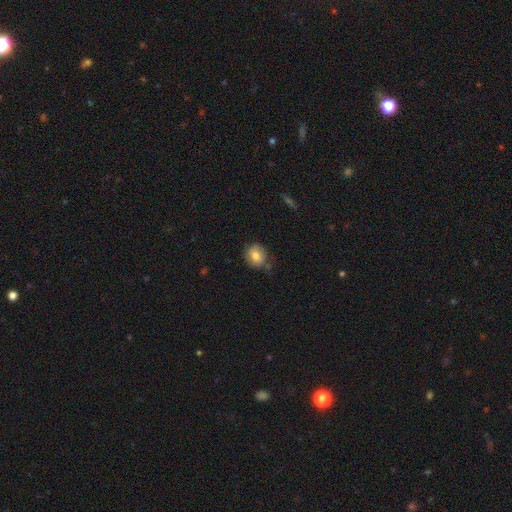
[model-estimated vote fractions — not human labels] A smooth galaxy with no disk features (78%) that is round (80%).

Vote fractions:
- Smooth or featured? smooth: 78% / featured or disk: 13% / star or artifact: 9%
- How rounded? round: 80% / in between: 19% / cigar-shaped: 1%
- Merging? none: 71% / minor disturbance: 21% / major disturbance: 5% / merger: 3%